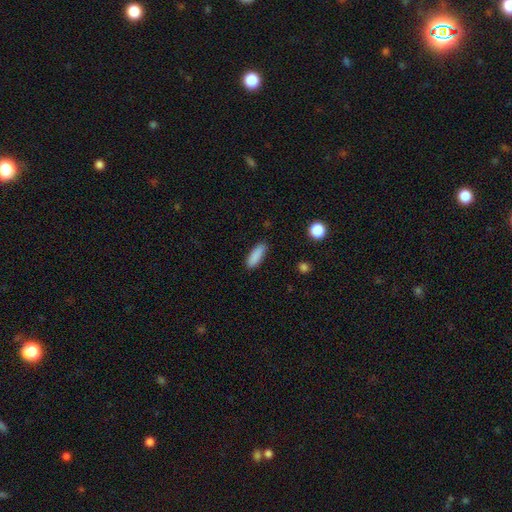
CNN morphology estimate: Smooth or featured? Predicted: smooth (p=0.89). How rounded? Predicted: in between (p=0.54). Merging? Predicted: none (p=0.86).